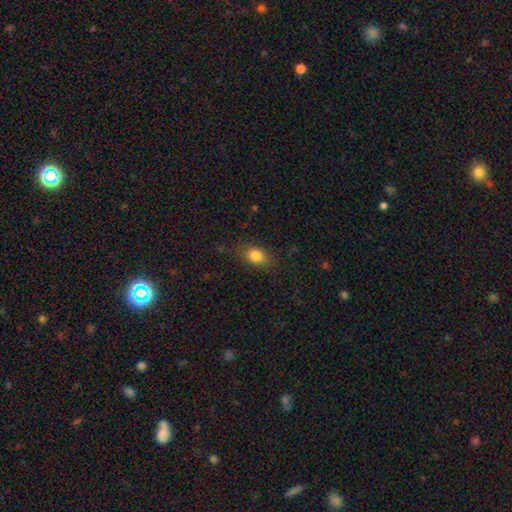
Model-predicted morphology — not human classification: smooth_or_featured: smooth (p=0.82) [alt: star or artifact p=0.10]
how_rounded: in between (p=0.79) [alt: round p=0.18]
merging: none (p=0.80) [alt: minor disturbance p=0.14]